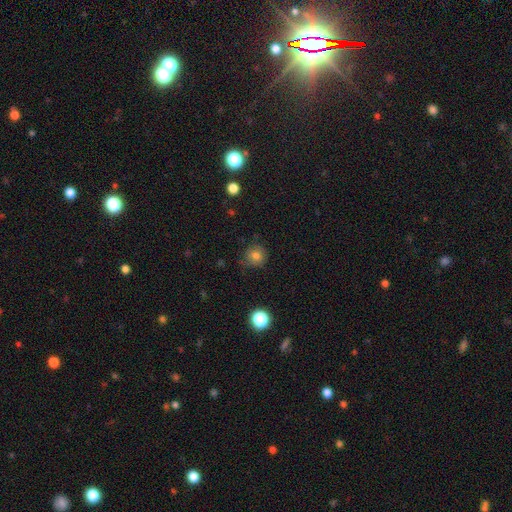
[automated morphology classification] This appears to be a smooth galaxy with no disk features (79%) that is round (89%). Merging: none (78%).